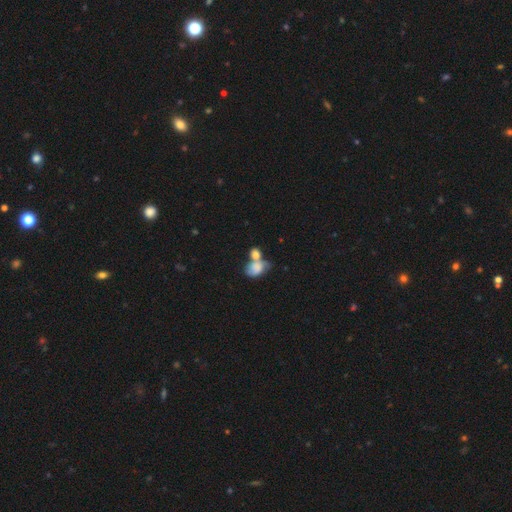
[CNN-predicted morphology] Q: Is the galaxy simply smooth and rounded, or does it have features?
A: smooth — 71%.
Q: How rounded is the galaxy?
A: in between — 63%.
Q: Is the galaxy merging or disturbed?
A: merger — 59%.